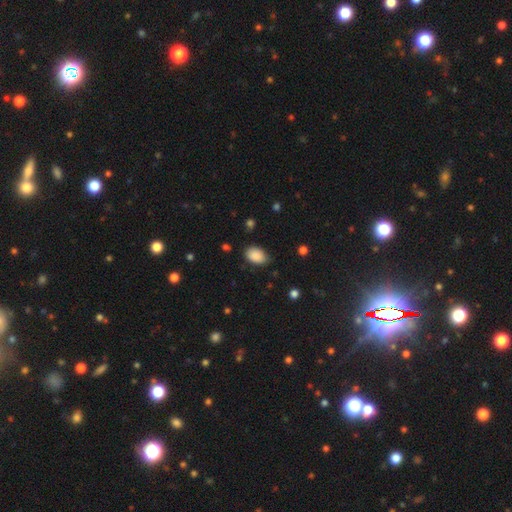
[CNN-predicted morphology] Smooth or featured? Predicted: smooth (p=0.89). How rounded? Predicted: in between (p=0.87). Merging? Predicted: none (p=0.76).